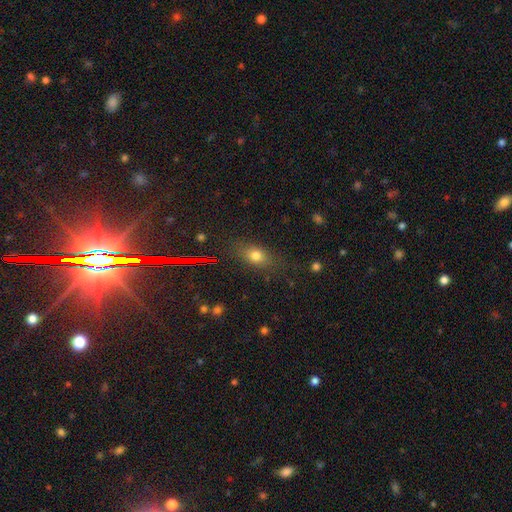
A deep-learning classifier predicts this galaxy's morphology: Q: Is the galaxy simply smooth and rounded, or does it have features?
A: smooth — 72%.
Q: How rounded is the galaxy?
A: in between — 64%.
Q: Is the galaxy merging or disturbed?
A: none — 78%.